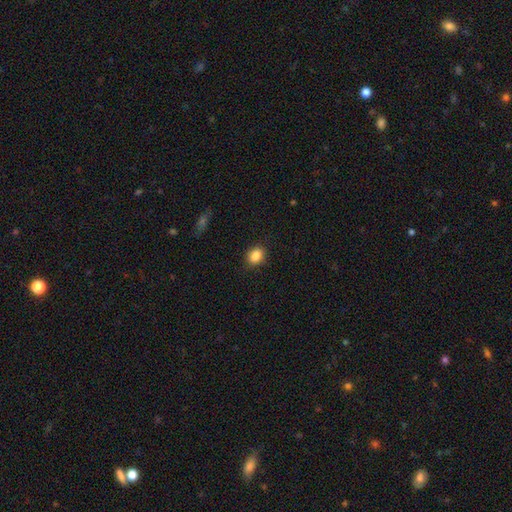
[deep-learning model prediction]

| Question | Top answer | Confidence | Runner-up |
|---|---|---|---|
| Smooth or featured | smooth | 86% | star or artifact (10%) |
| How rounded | round | 50% | in between (49%) |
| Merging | none | 88% | minor disturbance (8%) |